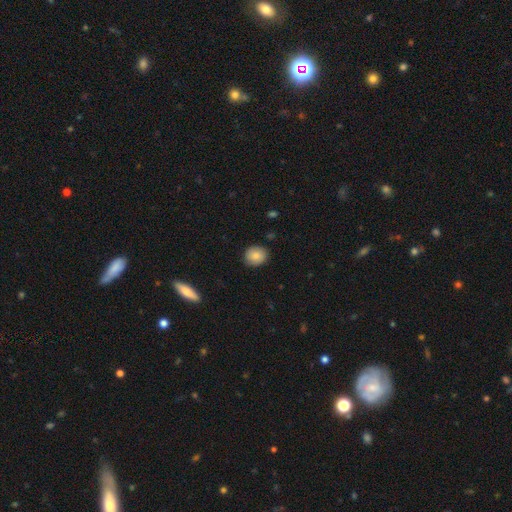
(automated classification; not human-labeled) Smooth or featured?
  - smooth: 84% *
  - featured or disk: 9%
  - star or artifact: 8%
How rounded?
  - round: 72% *
  - in between: 27%
  - cigar-shaped: 1%
Merging?
  - none: 87% *
  - minor disturbance: 10%
  - major disturbance: 2%
  - merger: 1%